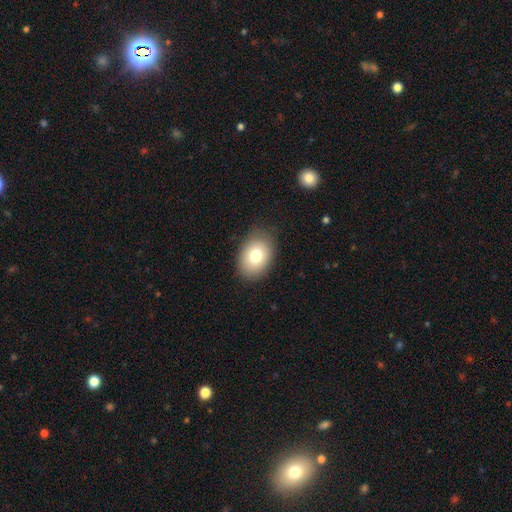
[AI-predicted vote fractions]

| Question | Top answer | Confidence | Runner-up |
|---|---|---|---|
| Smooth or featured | smooth | 77% | featured or disk (14%) |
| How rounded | in between | 77% | round (22%) |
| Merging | none | 84% | minor disturbance (12%) |